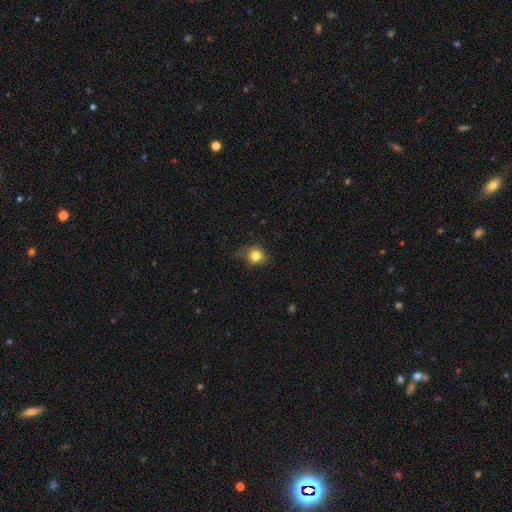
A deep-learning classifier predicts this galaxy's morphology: Smooth or featured: smooth — 79% (star or artifact — 12%)
How rounded: round — 75% (in between — 24%)
Merging: none — 65% (minor disturbance — 25%)